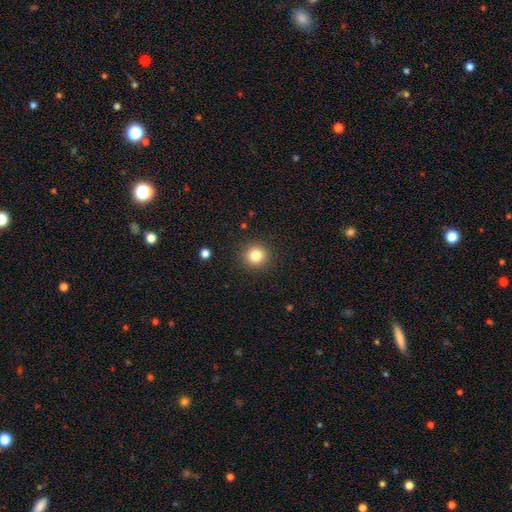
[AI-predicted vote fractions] This appears to be a smooth galaxy with no disk features (82%) that is round (93%). Merging: none (91%).